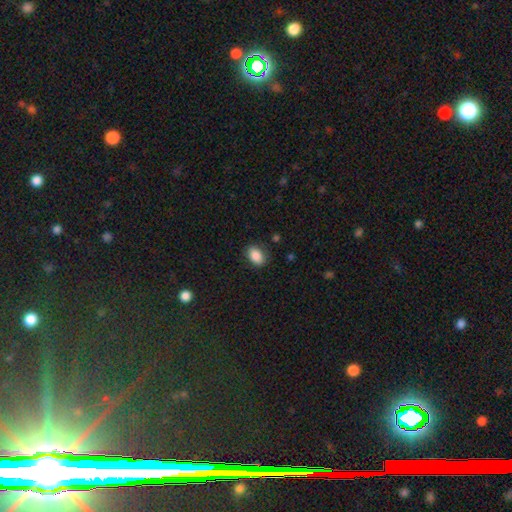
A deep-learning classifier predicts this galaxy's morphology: type=smooth (87%); roundness=in between (88%); merging=none (84%).